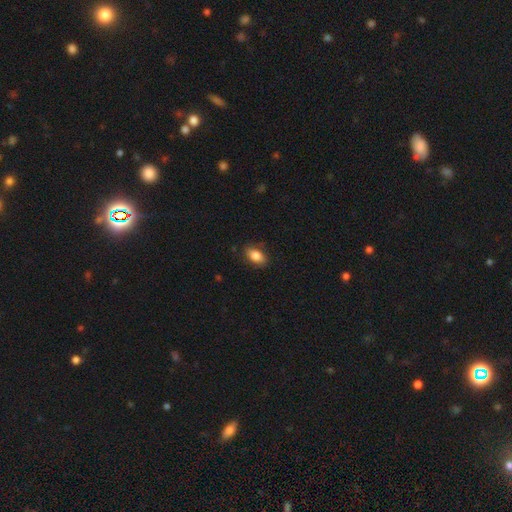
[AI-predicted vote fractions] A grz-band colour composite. It shows a smooth galaxy with no disk features (83%) that is in between round and cigar-shaped (89%). Merging: none (82%).